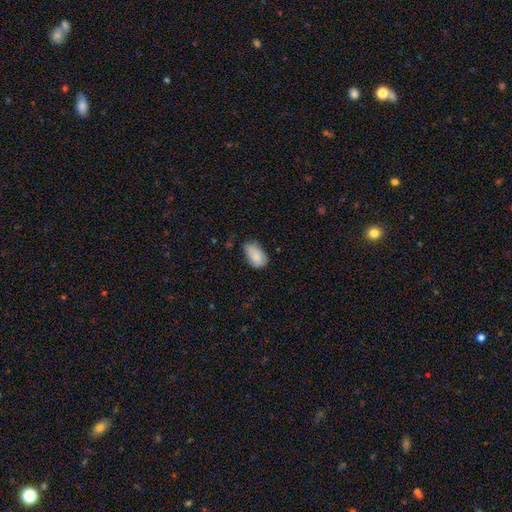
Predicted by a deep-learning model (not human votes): smooth-or-featured: smooth: 85% | featured or disk: 8% | star or artifact: 7%
  how-rounded: in between: 92% | round: 7% | cigar-shaped: 2%
  merging: none: 50% | minor disturbance: 40% | major disturbance: 8% | merger: 2%